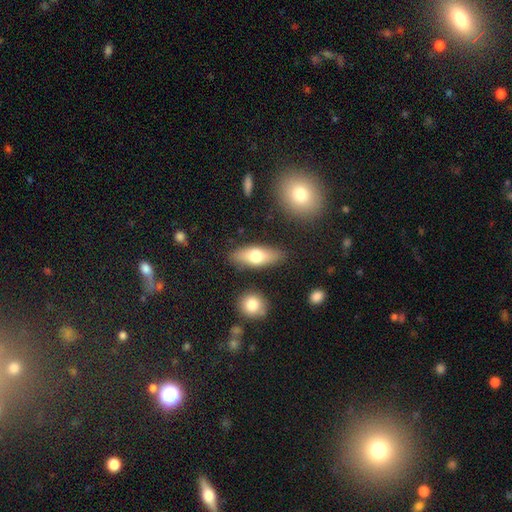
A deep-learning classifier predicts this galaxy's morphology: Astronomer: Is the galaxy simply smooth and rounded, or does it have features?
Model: smooth — 66%.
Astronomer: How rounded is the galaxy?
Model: in between — 70%.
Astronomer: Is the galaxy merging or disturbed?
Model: none — 85%.